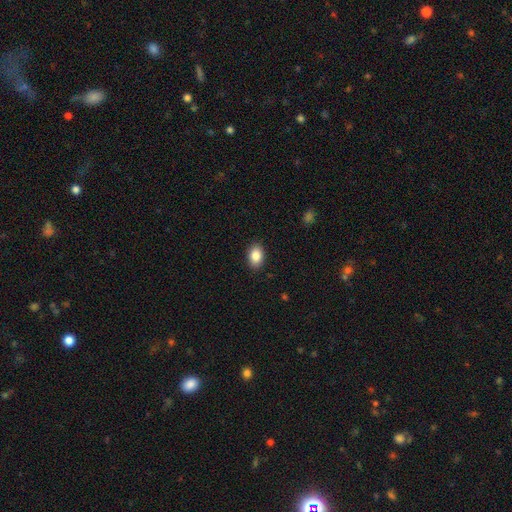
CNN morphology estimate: This appears to be a smooth galaxy with no disk features (86%) that is in between round and cigar-shaped (80%). Merging: none (89%).